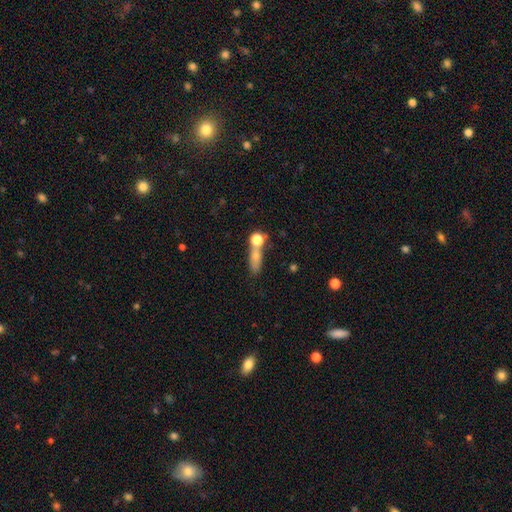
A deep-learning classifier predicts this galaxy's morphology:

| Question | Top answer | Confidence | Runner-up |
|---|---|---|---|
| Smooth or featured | smooth | 69% | featured or disk (18%) |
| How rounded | in between | 41% | cigar-shaped (38%) |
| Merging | none | 43% | merger (33%) |